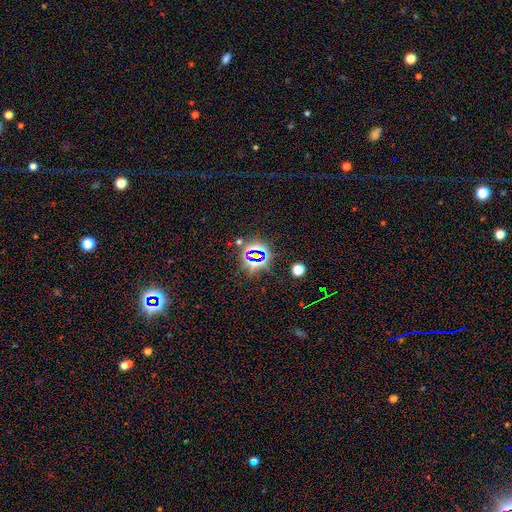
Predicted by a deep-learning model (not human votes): A star or artifact, not a galaxy (74%).